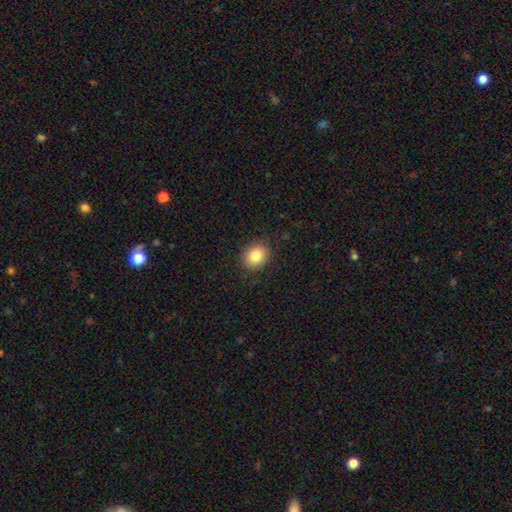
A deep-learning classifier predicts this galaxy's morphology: The model was most divided on "how rounded": round: 56%, in between: 44%, cigar-shaped: 1%. More confident: merging — none (86%); smooth or featured — smooth (83%).